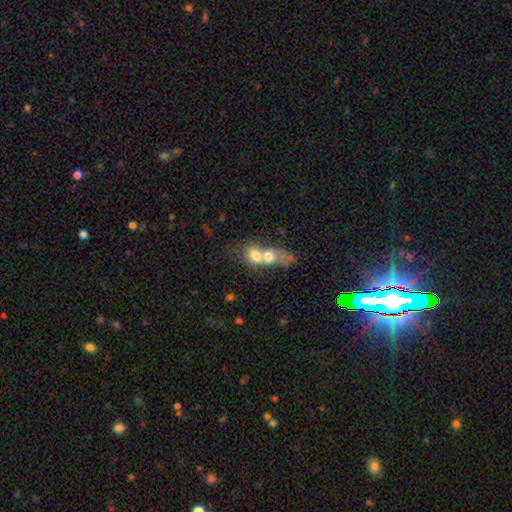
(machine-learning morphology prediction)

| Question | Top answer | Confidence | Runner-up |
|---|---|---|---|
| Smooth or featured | smooth | 66% | featured or disk (25%) |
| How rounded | in between | 53% | round (43%) |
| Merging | merger | 81% | none (9%) |